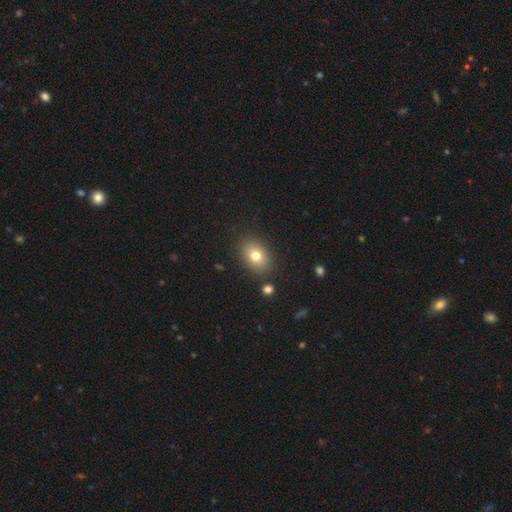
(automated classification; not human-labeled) Overall: smooth (76%). How rounded: in between (73%). Merging: none (84%).